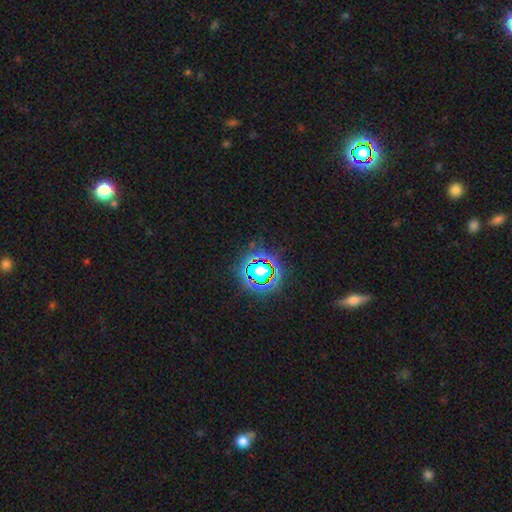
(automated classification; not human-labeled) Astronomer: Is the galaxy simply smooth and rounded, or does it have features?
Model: star or artifact — 77%.